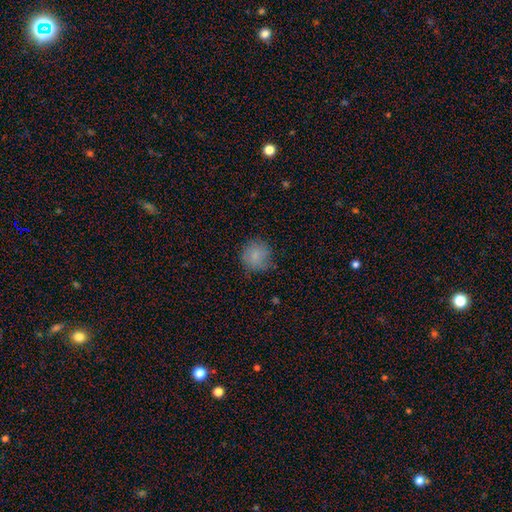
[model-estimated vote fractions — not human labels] Overall: smooth (82%). How rounded: round (89%). Merging: none (75%).